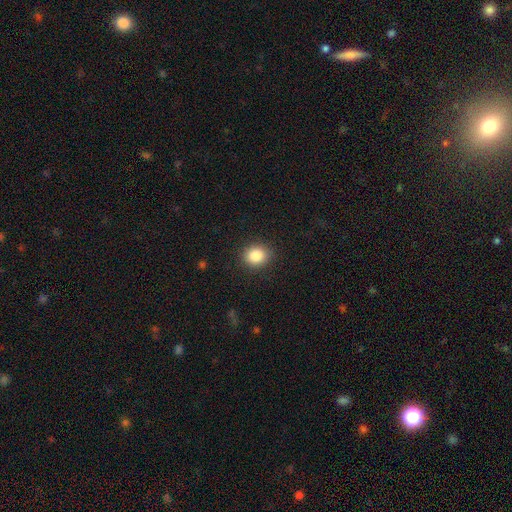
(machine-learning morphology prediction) Smooth or featured: smooth — 86% (star or artifact — 9%)
How rounded: round — 68% (in between — 31%)
Merging: none — 89% (minor disturbance — 8%)